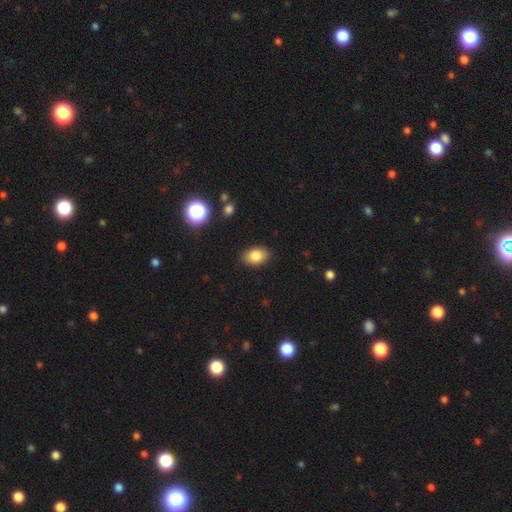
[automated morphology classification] Smooth or featured: smooth — 83% (star or artifact — 9%)
How rounded: in between — 84% (round — 14%)
Merging: none — 88% (minor disturbance — 9%)